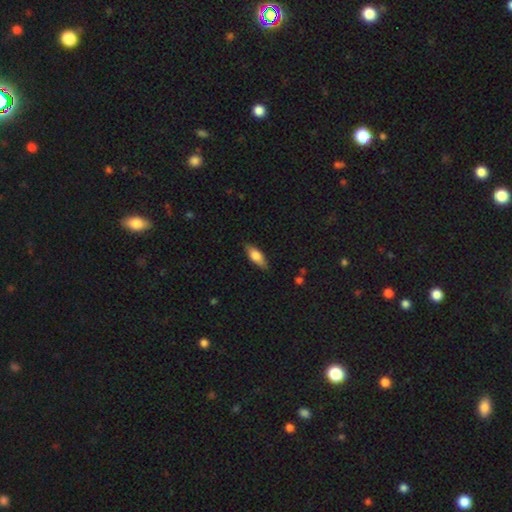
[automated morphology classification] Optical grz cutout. It shows a smooth galaxy with no disk features (69%) that is in between round and cigar-shaped (70%). Merging: none (81%).